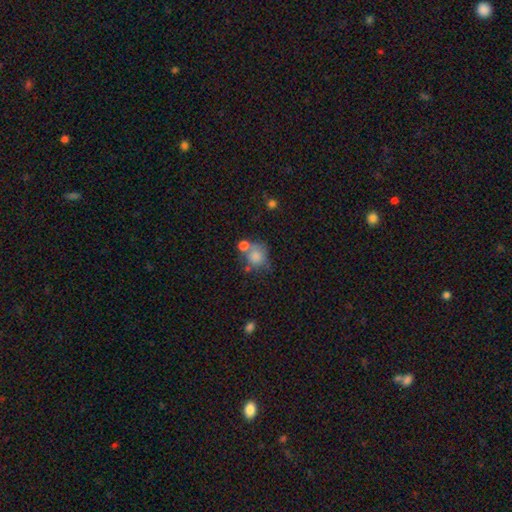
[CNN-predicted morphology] smooth-or-featured: smooth: 77% | featured or disk: 13% | star or artifact: 10%
  how-rounded: round: 74% | in between: 25% | cigar-shaped: 1%
  merging: none: 40% | merger: 32% | minor disturbance: 18% | major disturbance: 10%